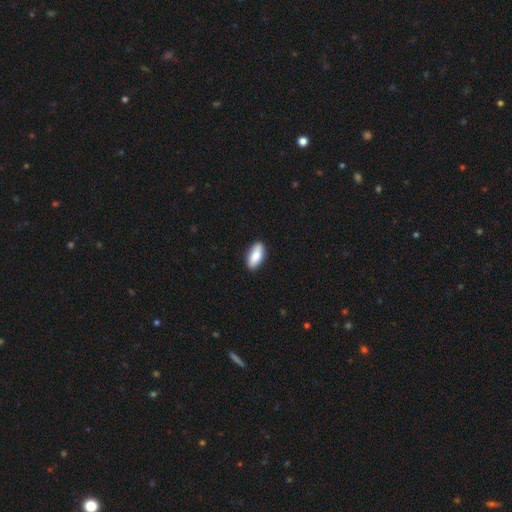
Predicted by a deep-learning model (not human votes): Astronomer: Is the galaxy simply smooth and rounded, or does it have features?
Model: smooth — 81%.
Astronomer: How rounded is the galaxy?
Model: in between — 85%.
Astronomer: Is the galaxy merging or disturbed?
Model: none — 87%.